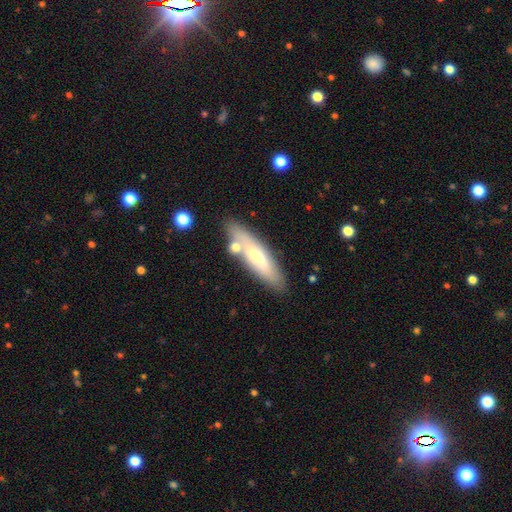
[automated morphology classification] Q: Smooth or featured?
A: smooth (55%); runner-up: featured or disk (39%)
Q: How rounded?
A: cigar-shaped (66%); runner-up: in between (32%)
Q: Merging?
A: none (74%); runner-up: minor disturbance (13%)